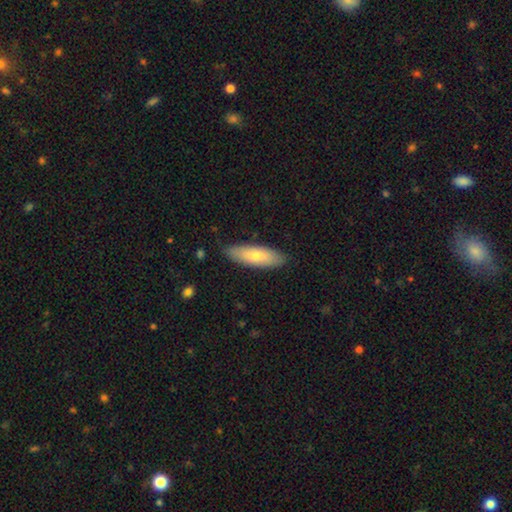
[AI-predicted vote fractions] Smooth or featured: smooth — 73% (featured or disk — 21%)
How rounded: in between — 56% (cigar-shaped — 42%)
Merging: none — 85% (minor disturbance — 12%)